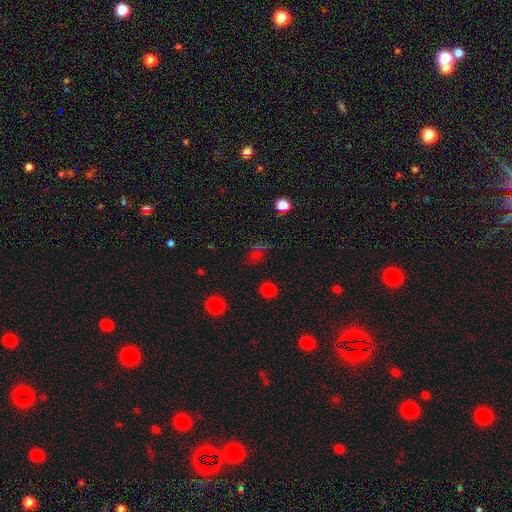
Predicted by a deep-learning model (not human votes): Morphology: type=smooth (48%); merging=none (66%).